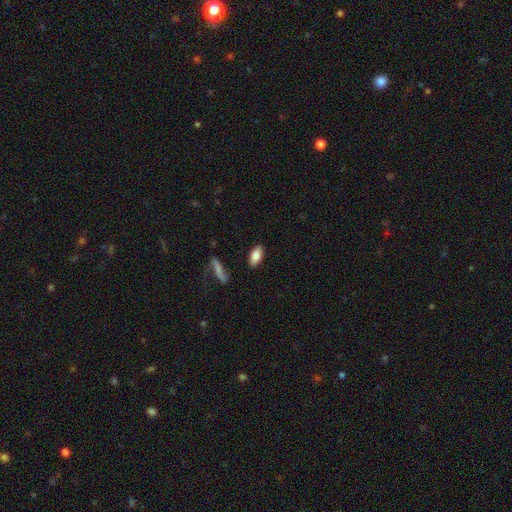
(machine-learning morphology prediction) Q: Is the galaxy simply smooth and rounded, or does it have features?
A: smooth — 78%.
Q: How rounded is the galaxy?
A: in between — 89%.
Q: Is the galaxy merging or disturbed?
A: none — 85%.